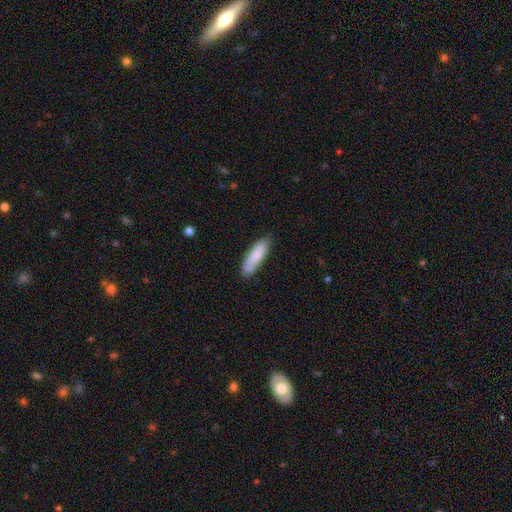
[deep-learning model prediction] smooth 80%, featured or disk 14%, star or artifact 6%. Down the decision tree: how rounded — cigar-shaped (57%); merging — none (78%).